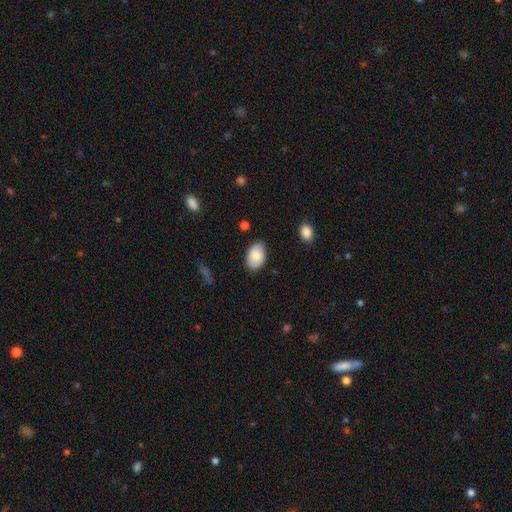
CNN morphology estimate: Smooth or featured? Predicted: smooth (p=0.80). How rounded? Predicted: in between (p=0.91). Merging? Predicted: none (p=0.80).